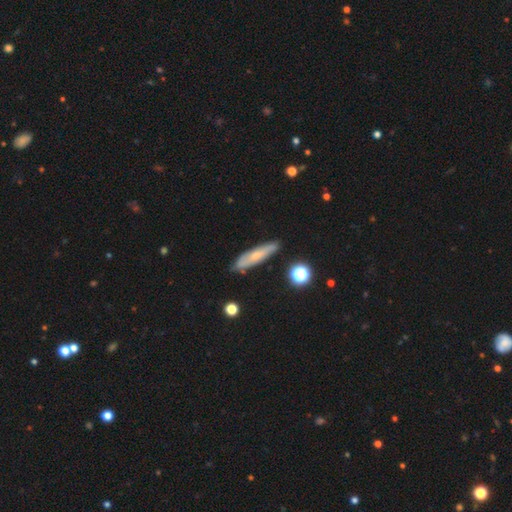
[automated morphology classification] smooth-or-featured: smooth: 55% | featured or disk: 36% | star or artifact: 9%
  how-rounded: cigar-shaped: 80% | in between: 18% | round: 3%
  merging: none: 79% | minor disturbance: 15% | major disturbance: 3% | merger: 3%